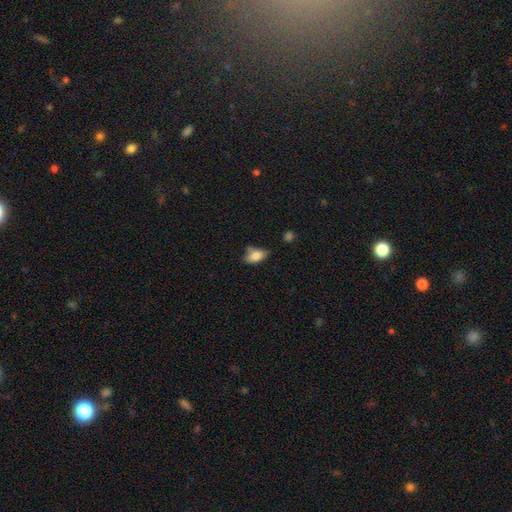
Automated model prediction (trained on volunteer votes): Smooth or featured? Predicted: smooth (p=0.82). How rounded? Predicted: in between (p=0.89). Merging? Predicted: none (p=0.50).